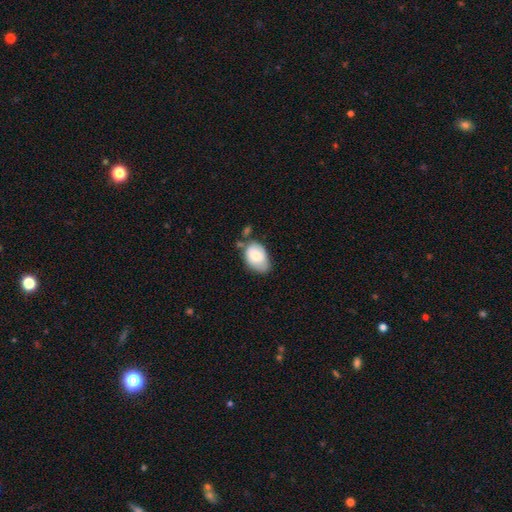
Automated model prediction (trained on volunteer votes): A smooth galaxy with no disk features (76%) that is in between round and cigar-shaped (86%). Merging: none (46%).